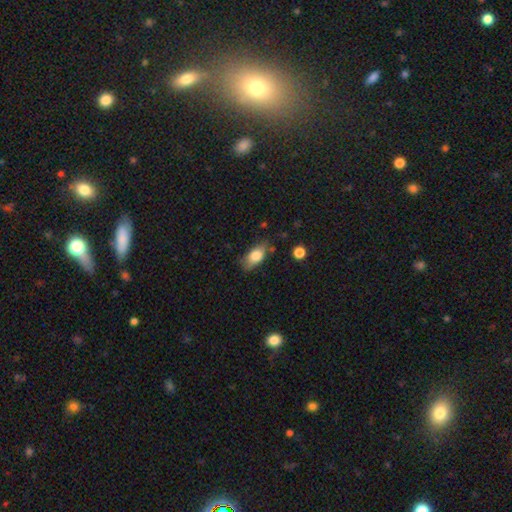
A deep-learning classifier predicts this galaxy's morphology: A smooth galaxy with no disk features (79%) that is in between round and cigar-shaped (87%). Merging: none (67%).